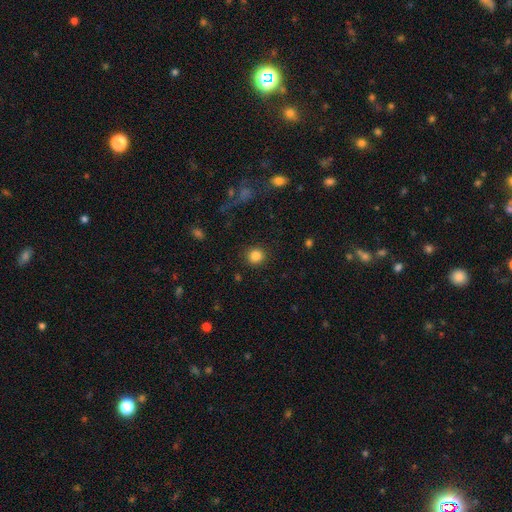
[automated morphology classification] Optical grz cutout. It shows a smooth galaxy with no disk features (85%) that is round (88%). Merging: none (89%).